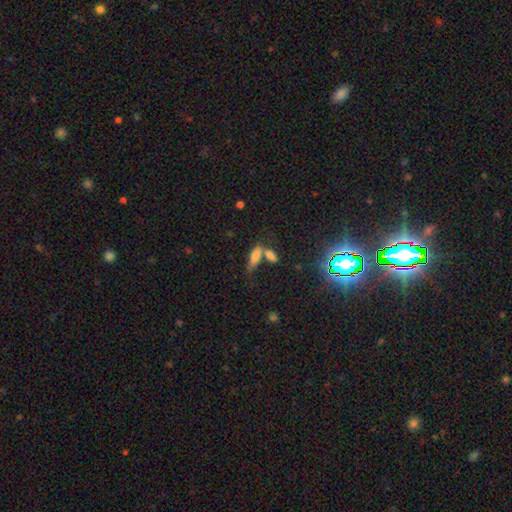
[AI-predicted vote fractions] Smooth or featured? smooth (74%)
How rounded? in between (61%)
Merging? merger (41%)